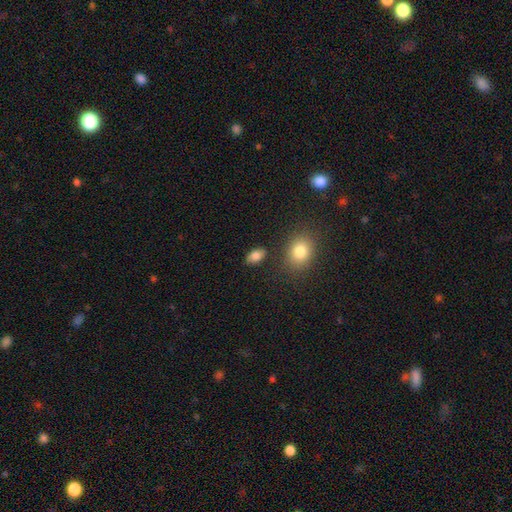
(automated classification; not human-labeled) Morphology: type=smooth (84%); roundness=in between (87%); merging=none (81%).